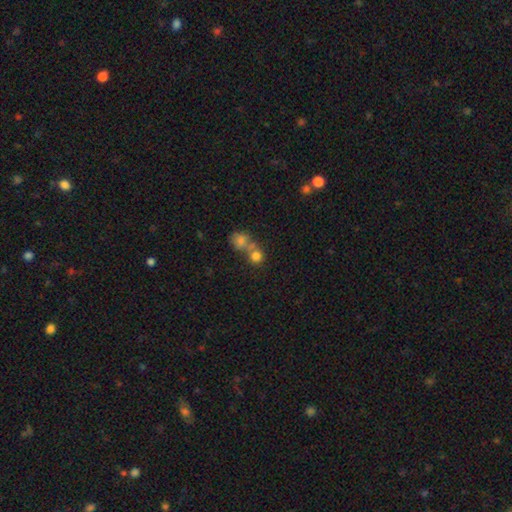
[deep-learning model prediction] Smooth or featured? Predicted: smooth (p=0.77). How rounded? Predicted: round (p=0.80). Merging? Predicted: merger (p=0.50).